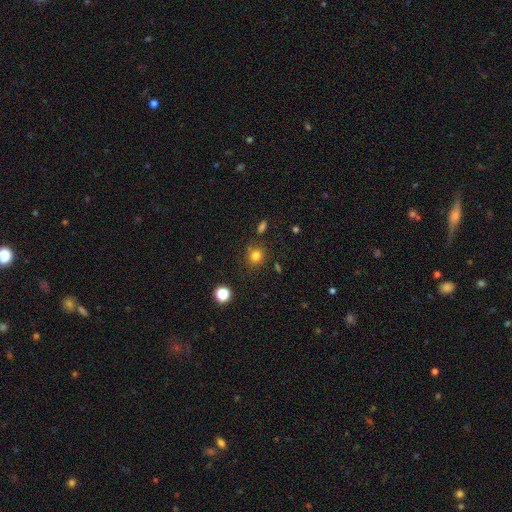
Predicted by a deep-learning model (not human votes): Smooth or featured? Predicted: smooth (p=0.79). How rounded? Predicted: round (p=0.84). Merging? Predicted: none (p=0.81).